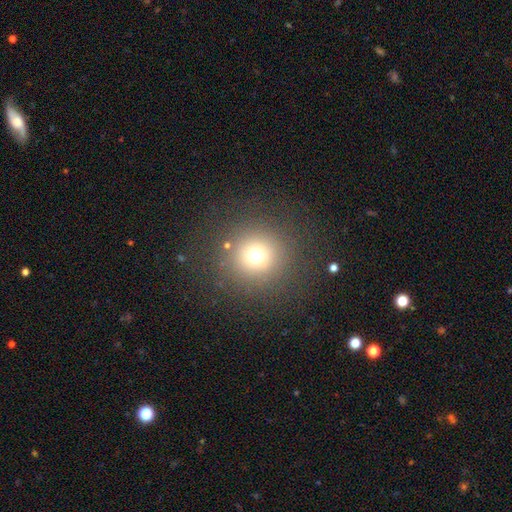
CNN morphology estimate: A smooth galaxy with no disk features (69%) that is round (95%).

Vote fractions:
- Smooth or featured? smooth: 69% / star or artifact: 20% / featured or disk: 10%
- How rounded? round: 95% / in between: 4% / cigar-shaped: 1%
- Merging? none: 86% / minor disturbance: 7% / major disturbance: 5% / merger: 2%